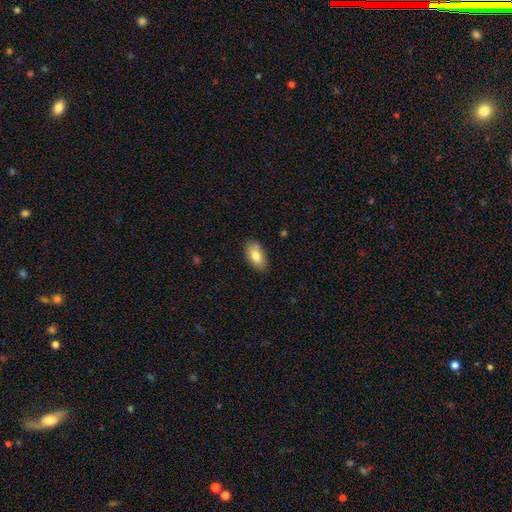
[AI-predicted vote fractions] smooth_or_featured: smooth (p=0.80) [alt: featured or disk p=0.13]
how_rounded: in between (p=0.93) [alt: round p=0.05]
merging: none (p=0.80) [alt: minor disturbance p=0.15]